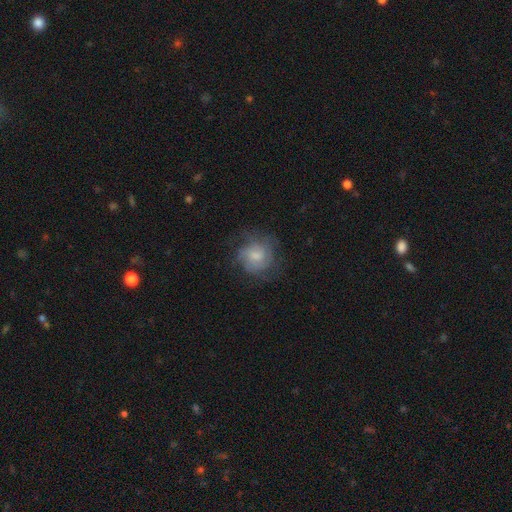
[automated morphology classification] This appears to be a featured or disk galaxy (48%). Merging: none (61%).